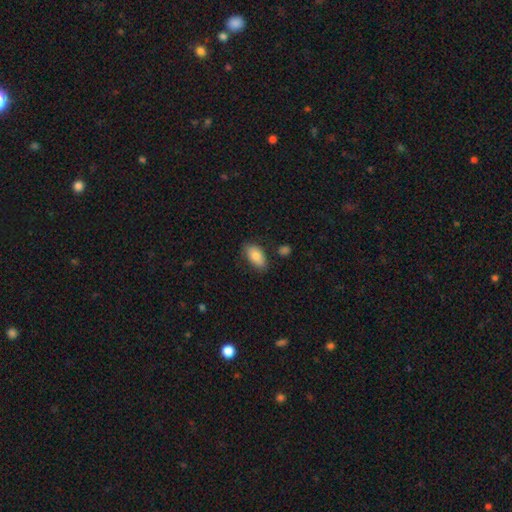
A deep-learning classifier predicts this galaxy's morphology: This is clearly a smooth galaxy (81%). How rounded: clearly in between (93%). Merging: likely none (77%).